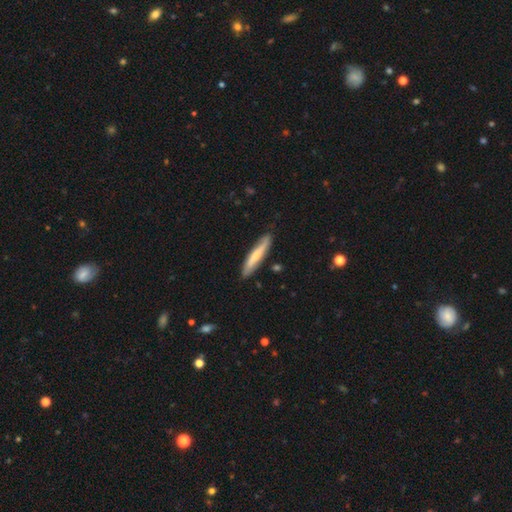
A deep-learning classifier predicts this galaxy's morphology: A smooth galaxy with no disk features (57%) that is cigar-shaped (89%).

Vote fractions:
- Smooth or featured? smooth: 57% / featured or disk: 37% / star or artifact: 5%
- How rounded? cigar-shaped: 89% / in between: 9% / round: 1%
- Merging? none: 85% / minor disturbance: 11% / major disturbance: 2% / merger: 2%